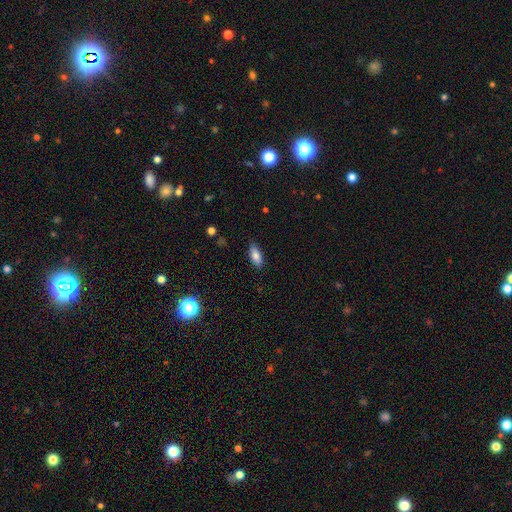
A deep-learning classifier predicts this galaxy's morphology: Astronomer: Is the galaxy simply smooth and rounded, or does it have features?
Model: smooth — 79%.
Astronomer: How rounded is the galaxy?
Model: in between — 81%.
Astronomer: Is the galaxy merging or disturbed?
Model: none — 85%.